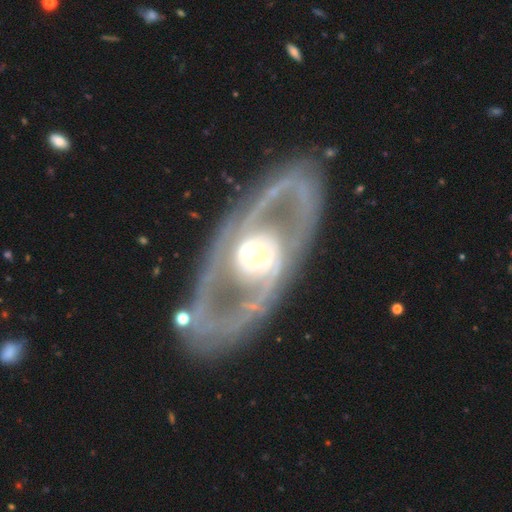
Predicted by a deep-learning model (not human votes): smooth_or_featured: featured or disk (p=0.87) [alt: smooth p=0.08]
disk_edge_on: no (p=0.92) [alt: yes p=0.08]
bar: no (p=0.66) [alt: weak p=0.21]
has_spiral_arms: yes (p=0.71) [alt: no p=0.29]
spiral_winding: medium (p=0.39) [alt: tight p=0.38]
spiral_arm_count: 2 (p=0.59) [alt: can't tell p=0.18]
bulge_size: moderate (p=0.65) [alt: large p=0.19]
merging: none (p=0.65) [alt: major disturbance p=0.17]